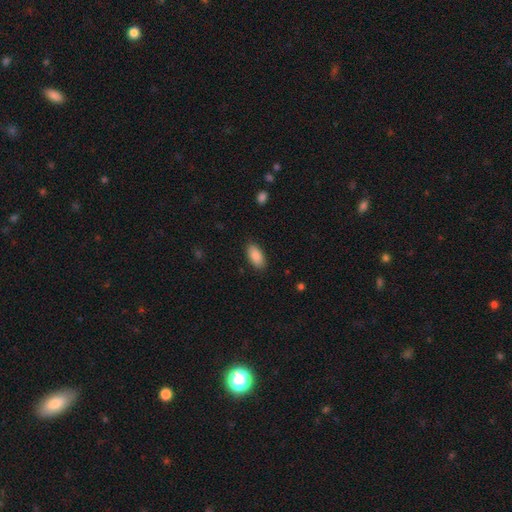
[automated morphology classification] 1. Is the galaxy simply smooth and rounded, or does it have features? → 88% smooth, 7% star or artifact, 5% featured or disk.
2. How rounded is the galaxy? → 92% in between, 6% cigar-shaped, 2% round.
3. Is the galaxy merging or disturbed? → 88% none, 9% minor disturbance, 2% major disturbance, 1% merger.